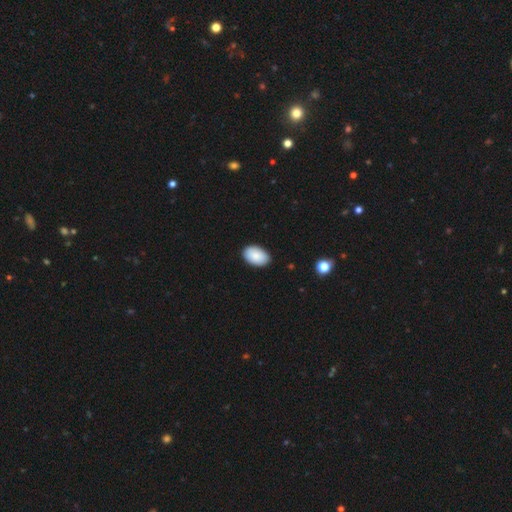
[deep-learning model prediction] smooth 89%, star or artifact 6%, featured or disk 5%. Down the decision tree: how rounded — in between (92%); merging — none (89%).